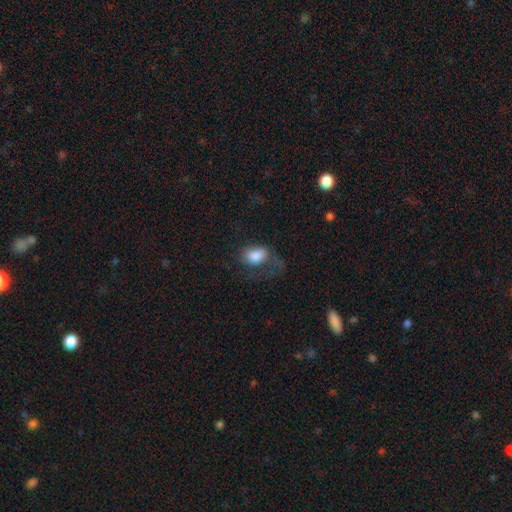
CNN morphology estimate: Smooth or featured: smooth — 78% (featured or disk — 12%)
How rounded: in between — 82% (round — 16%)
Merging: major disturbance — 38% (none — 36%)